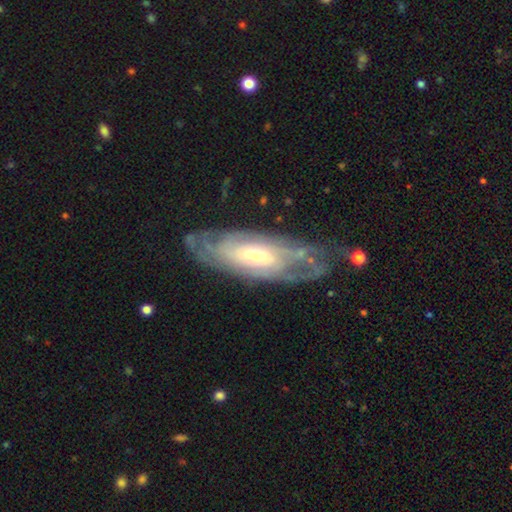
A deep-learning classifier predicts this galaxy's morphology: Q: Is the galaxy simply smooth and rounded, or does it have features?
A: featured or disk — 78%.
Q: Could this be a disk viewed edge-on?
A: no — 85%.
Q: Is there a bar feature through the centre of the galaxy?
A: no — 60%.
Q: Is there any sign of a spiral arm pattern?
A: yes — 85%.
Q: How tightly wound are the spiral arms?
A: tight — 68%.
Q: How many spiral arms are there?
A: can't tell — 61%.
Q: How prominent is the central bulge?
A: small — 54%.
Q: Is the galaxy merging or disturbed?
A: none — 66%.